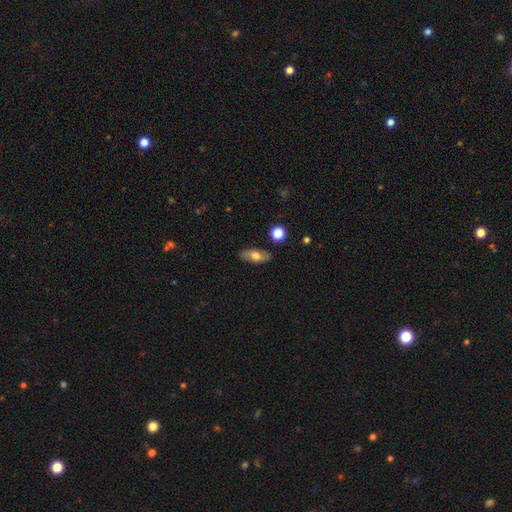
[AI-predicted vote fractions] smooth 64%, featured or disk 28%, star or artifact 8%. Down the decision tree: how rounded — in between (82%); merging — none (85%).